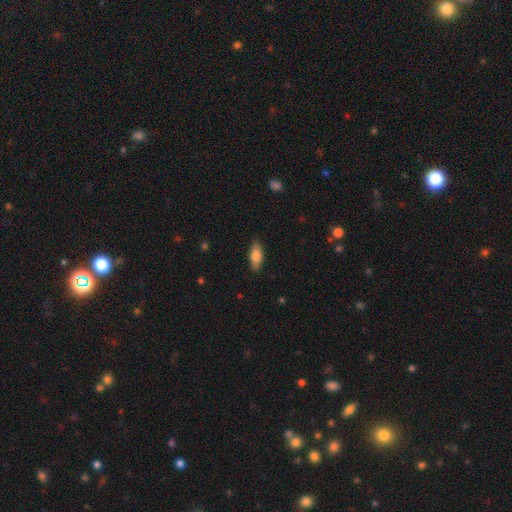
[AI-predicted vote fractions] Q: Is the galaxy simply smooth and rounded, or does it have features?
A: smooth — 81%.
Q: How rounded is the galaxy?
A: in between — 77%.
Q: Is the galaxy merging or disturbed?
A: none — 84%.